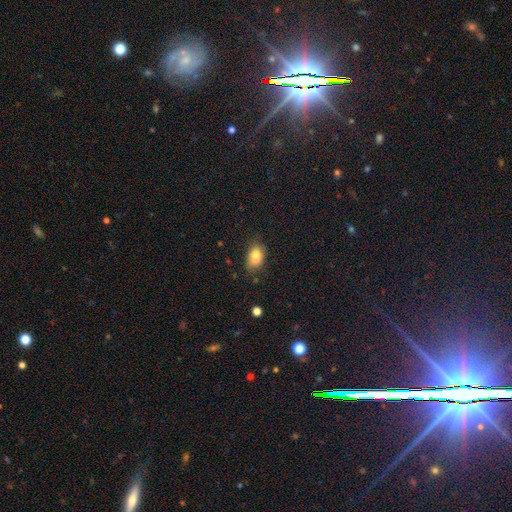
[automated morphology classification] type=smooth (81%); roundness=in between (86%); merging=none (65%).